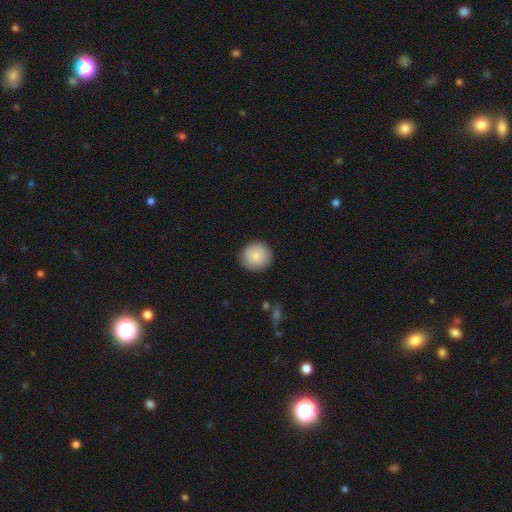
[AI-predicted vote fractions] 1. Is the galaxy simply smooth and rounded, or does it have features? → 87% smooth, 6% star or artifact, 6% featured or disk.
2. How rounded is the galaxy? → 92% round, 7% in between, 1% cigar-shaped.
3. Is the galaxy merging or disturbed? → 90% none, 7% minor disturbance, 2% major disturbance, 1% merger.